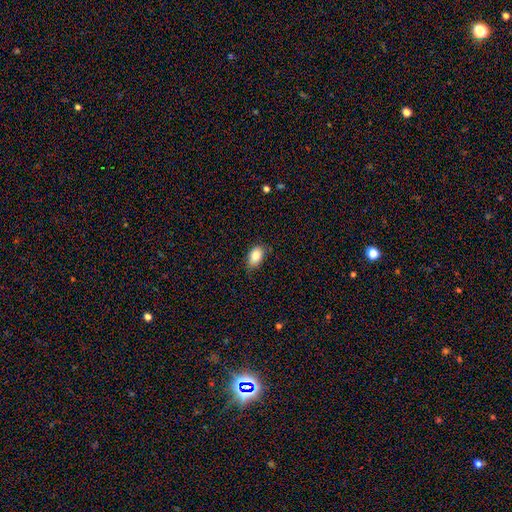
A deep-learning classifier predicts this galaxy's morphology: This appears to be a smooth galaxy with no disk features (86%) that is in between round and cigar-shaped (89%). Merging: none (70%).